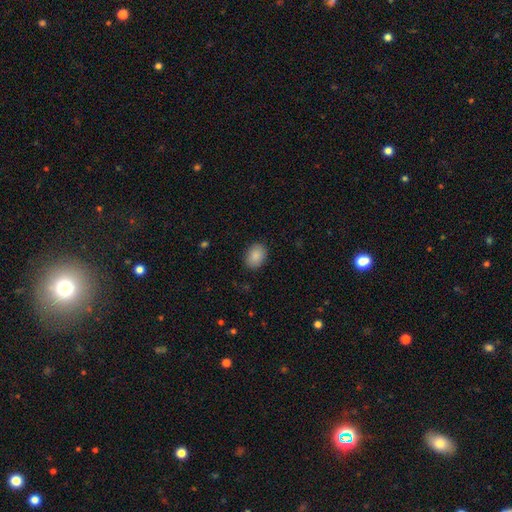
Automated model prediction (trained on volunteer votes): smooth-or-featured: smooth: 89% | star or artifact: 7% | featured or disk: 4%
  how-rounded: in between: 65% | round: 34% | cigar-shaped: 1%
  merging: none: 88% | minor disturbance: 8% | major disturbance: 2% | merger: 1%